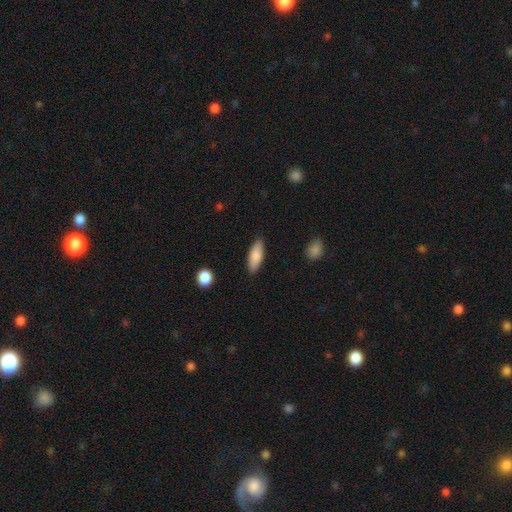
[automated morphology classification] smooth 83%, featured or disk 11%, star or artifact 6%. Down the decision tree: how rounded — in between (67%); merging — none (87%).